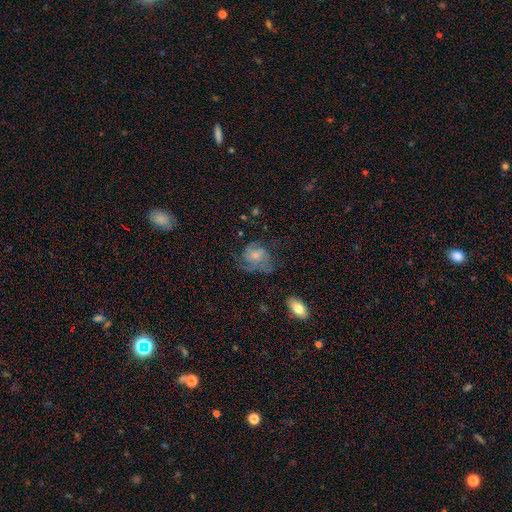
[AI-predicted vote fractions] Smooth or featured?
  - featured or disk: 56% *
  - smooth: 34%
  - star or artifact: 10%
Edge-on disk?
  - no: 97% *
  - yes: 3%
Bar?
  - no: 79% *
  - weak: 18%
  - strong: 3%
Spiral arms?
  - yes: 76% *
  - no: 24%
Bulge size?
  - small: 60% *
  - moderate: 28%
  - none: 7%
  - large: 3%
  - dominant: 1%
Merging?
  - none: 39% *
  - major disturbance: 35%
  - minor disturbance: 24%
  - merger: 3%